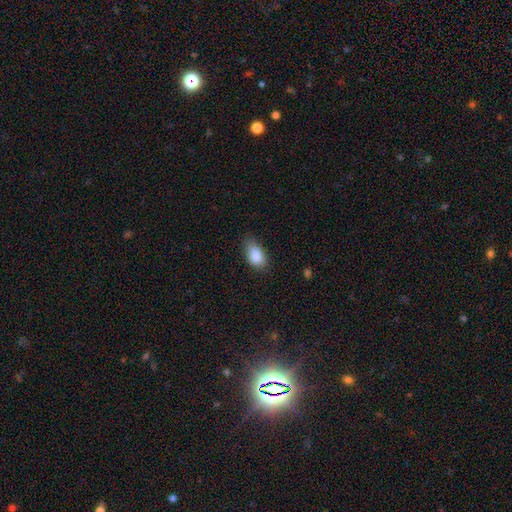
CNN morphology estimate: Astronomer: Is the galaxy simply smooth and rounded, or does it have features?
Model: smooth — 87%.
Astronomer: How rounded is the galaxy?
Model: in between — 91%.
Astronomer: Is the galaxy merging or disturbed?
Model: none — 64%.